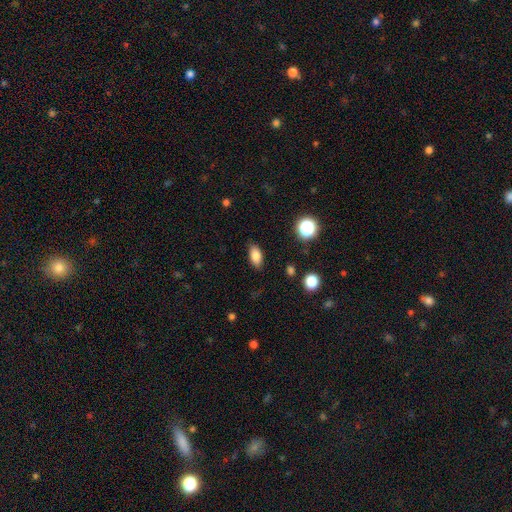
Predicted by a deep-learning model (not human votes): smooth-or-featured: smooth: 83% | star or artifact: 10% | featured or disk: 8%
  how-rounded: in between: 88% | round: 6% | cigar-shaped: 6%
  merging: none: 86% | minor disturbance: 10% | major disturbance: 3% | merger: 1%